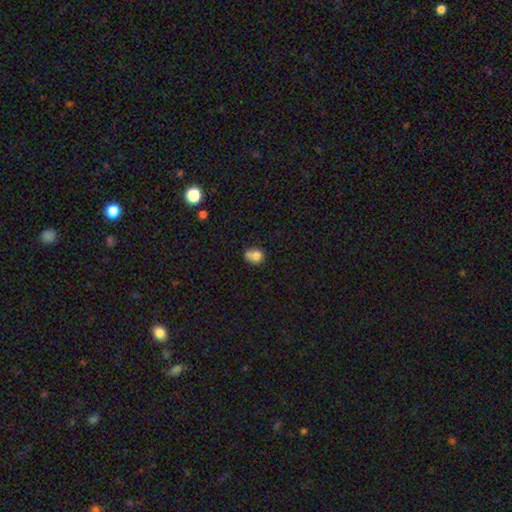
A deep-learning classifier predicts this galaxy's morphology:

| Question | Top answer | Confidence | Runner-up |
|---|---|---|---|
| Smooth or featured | smooth | 75% | featured or disk (15%) |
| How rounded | round | 72% | in between (27%) |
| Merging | merger | 46% | none (36%) |